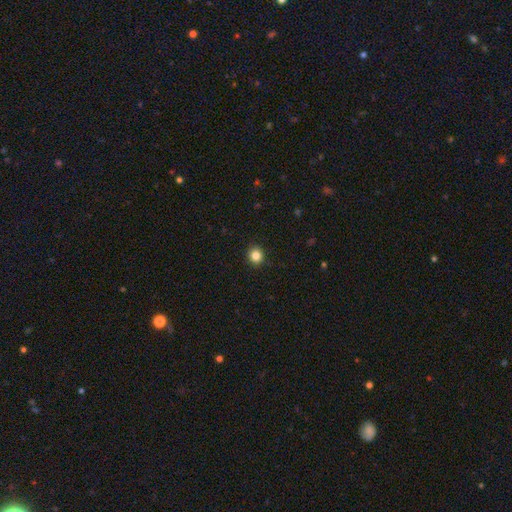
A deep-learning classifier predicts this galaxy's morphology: Overall: smooth (84%). How rounded: round (87%). Merging: none (92%).